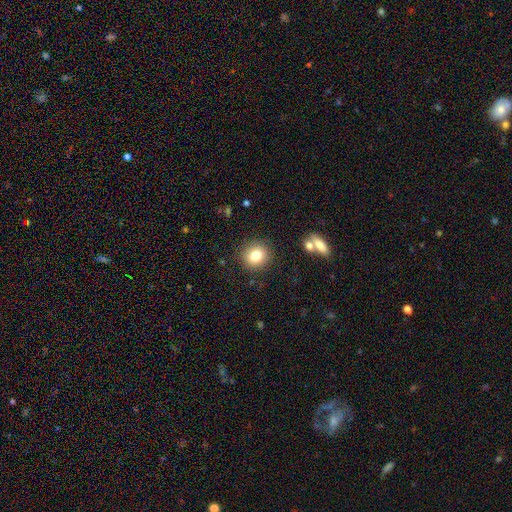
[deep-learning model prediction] smooth 79%, star or artifact 11%, featured or disk 10%. Down the decision tree: how rounded — round (86%); merging — none (87%).